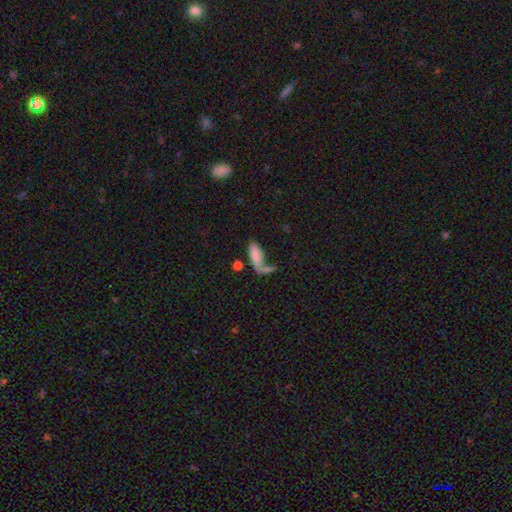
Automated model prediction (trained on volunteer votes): Smooth or featured?
  - smooth: 79% *
  - featured or disk: 13%
  - star or artifact: 8%
How rounded?
  - in between: 73% *
  - cigar-shaped: 24%
  - round: 3%
Merging?
  - none: 38% *
  - merger: 34%
  - minor disturbance: 15%
  - major disturbance: 13%